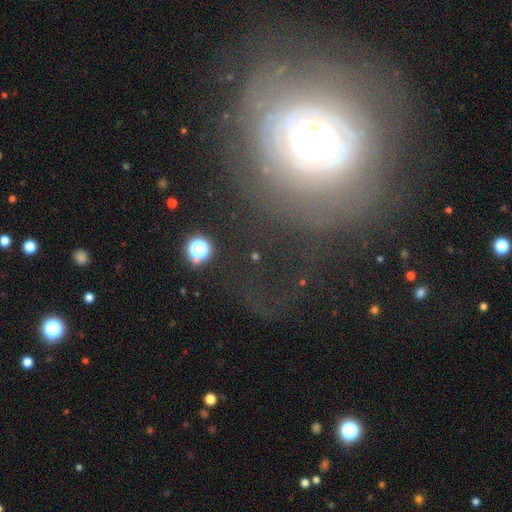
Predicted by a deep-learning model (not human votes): The model was most divided on "smooth or featured": featured or disk: 48%, smooth: 31%, star or artifact: 21%. More confident: merging — none (51%).